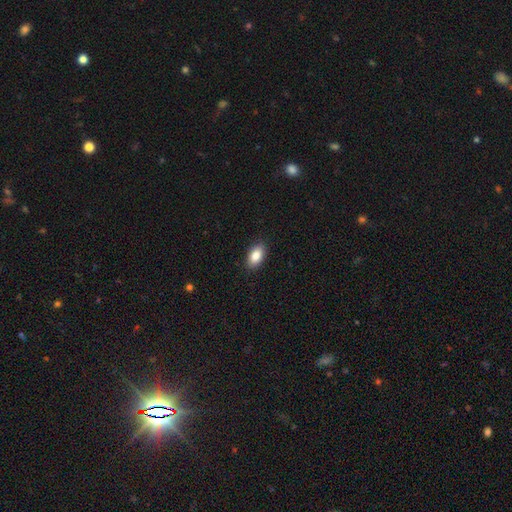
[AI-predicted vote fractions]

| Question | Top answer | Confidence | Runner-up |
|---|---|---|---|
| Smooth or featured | smooth | 86% | star or artifact (7%) |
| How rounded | in between | 92% | round (5%) |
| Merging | none | 89% | minor disturbance (8%) |